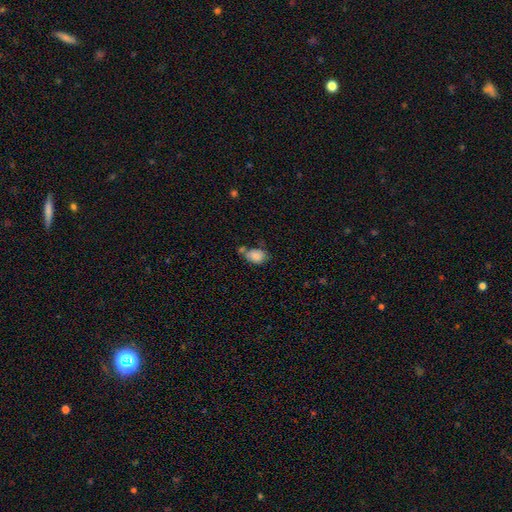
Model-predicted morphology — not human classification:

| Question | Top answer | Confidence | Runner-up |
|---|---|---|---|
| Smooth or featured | smooth | 83% | star or artifact (9%) |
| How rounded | in between | 72% | round (27%) |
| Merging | none | 43% | merger (24%) |